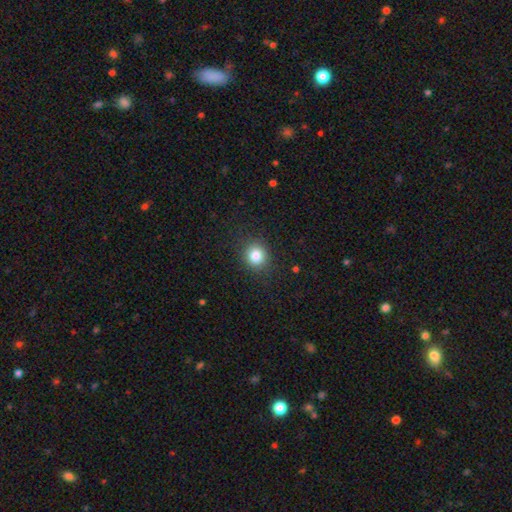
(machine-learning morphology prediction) A smooth galaxy with no disk features (82%) that is round (86%).

Vote fractions:
- Smooth or featured? smooth: 82% / star or artifact: 12% / featured or disk: 6%
- How rounded? round: 86% / in between: 13% / cigar-shaped: 1%
- Merging? none: 89% / minor disturbance: 7% / major disturbance: 3% / merger: 1%